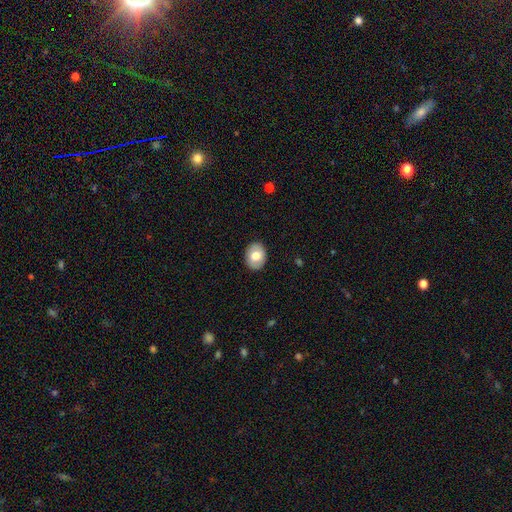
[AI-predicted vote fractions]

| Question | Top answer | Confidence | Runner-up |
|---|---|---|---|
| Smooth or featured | smooth | 72% | featured or disk (21%) |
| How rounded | in between | 60% | round (39%) |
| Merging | none | 88% | minor disturbance (9%) |